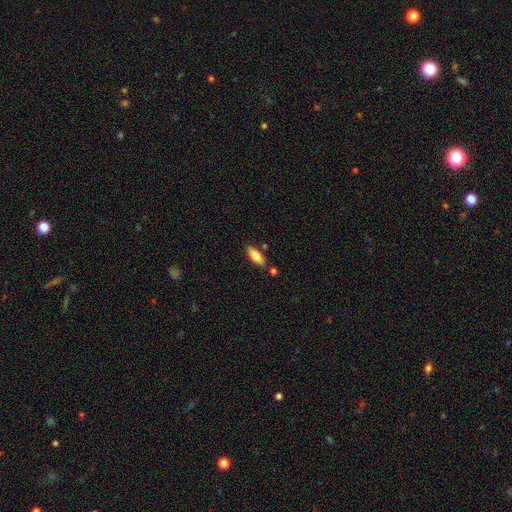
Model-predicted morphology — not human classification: A smooth galaxy with no disk features (80%) that is in between round and cigar-shaped (73%).

Vote fractions:
- Smooth or featured? smooth: 80% / featured or disk: 14% / star or artifact: 6%
- How rounded? in between: 73% / cigar-shaped: 25% / round: 2%
- Merging? none: 80% / minor disturbance: 12% / merger: 6% / major disturbance: 2%